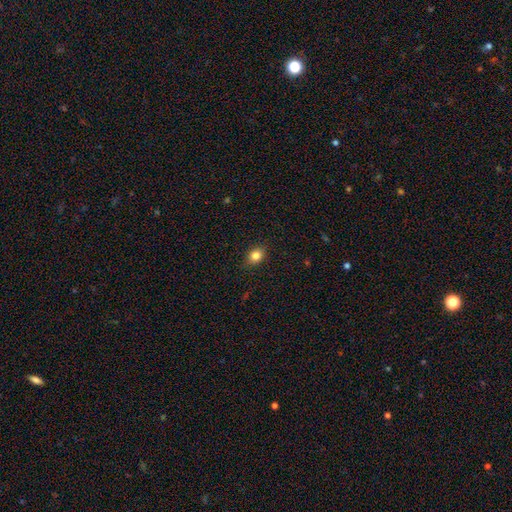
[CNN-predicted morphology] Overall: smooth (83%). How rounded: in between (59%; round 39%). Merging: none (86%).